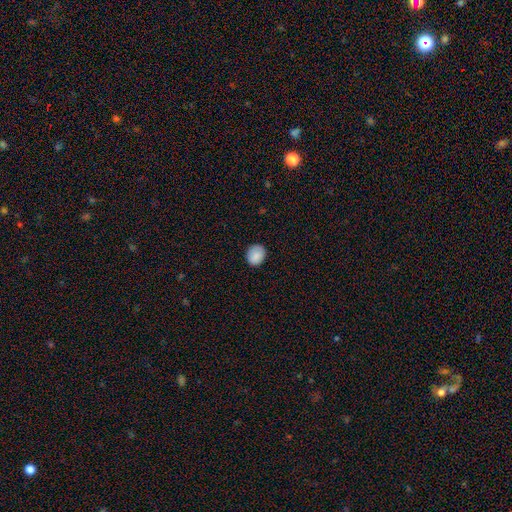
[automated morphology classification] Smooth or featured? smooth (87%)
How rounded? round (67%)
Merging? none (84%)